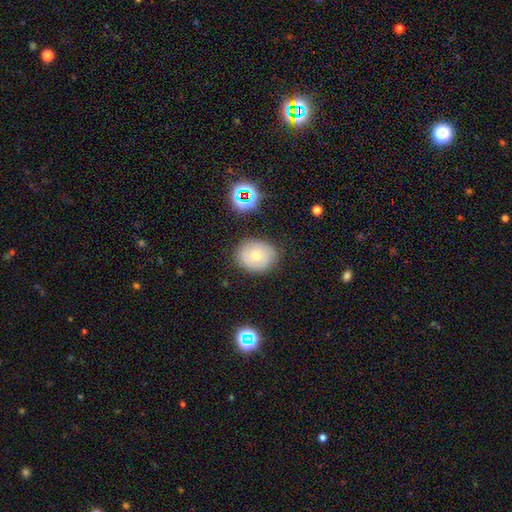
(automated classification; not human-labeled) Q: Smooth or featured?
A: smooth (55%); runner-up: featured or disk (33%)
Q: How rounded?
A: round (62%); runner-up: in between (37%)
Q: Merging?
A: none (80%); runner-up: minor disturbance (15%)